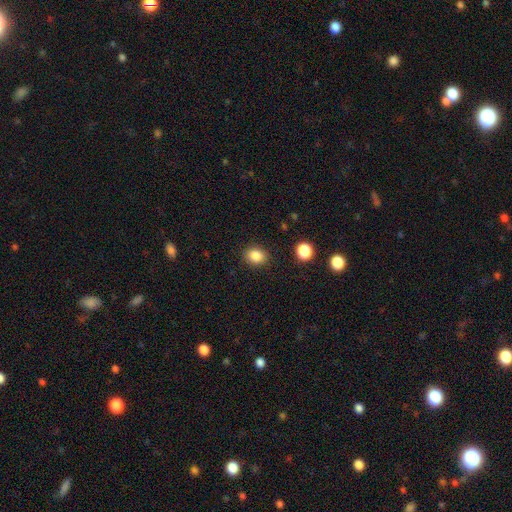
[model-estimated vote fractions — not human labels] This appears to be a smooth galaxy with no disk features (85%) that is round (54%). Merging: none (88%).